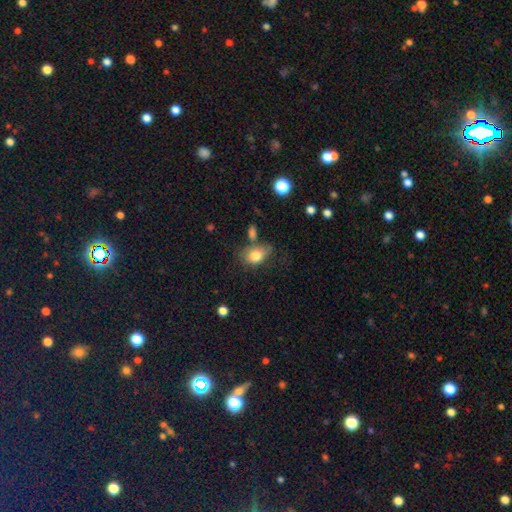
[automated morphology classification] The model was most divided on "merging": none: 51%, minor disturbance: 26%, merger: 12%, major disturbance: 11%. More confident: smooth or featured — smooth (80%); how rounded — in between (77%).